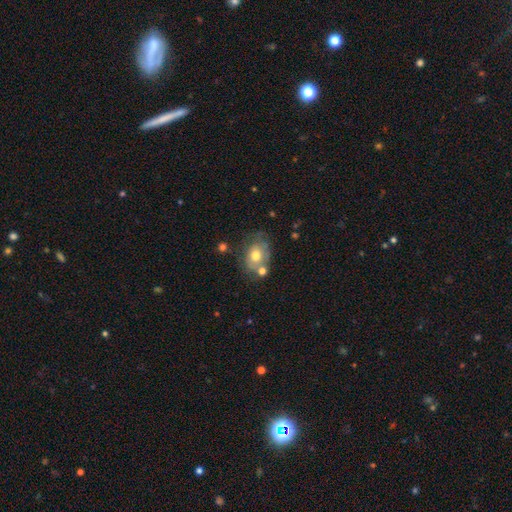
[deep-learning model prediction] This appears to be a smooth galaxy with no disk features (54%) that is in between round and cigar-shaped (67%). Merging: none (46%).